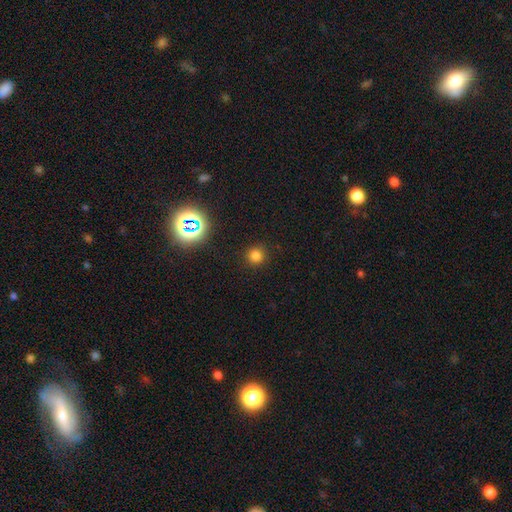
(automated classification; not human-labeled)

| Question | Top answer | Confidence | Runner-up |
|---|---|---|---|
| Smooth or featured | smooth | 77% | star or artifact (19%) |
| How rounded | round | 94% | in between (5%) |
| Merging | none | 91% | minor disturbance (6%) |